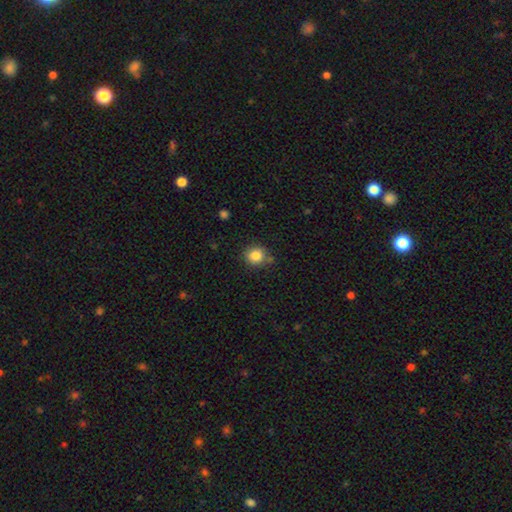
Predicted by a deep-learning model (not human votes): This is clearly a smooth galaxy (84%). How rounded: clearly round (86%). Merging: likely none (79%).